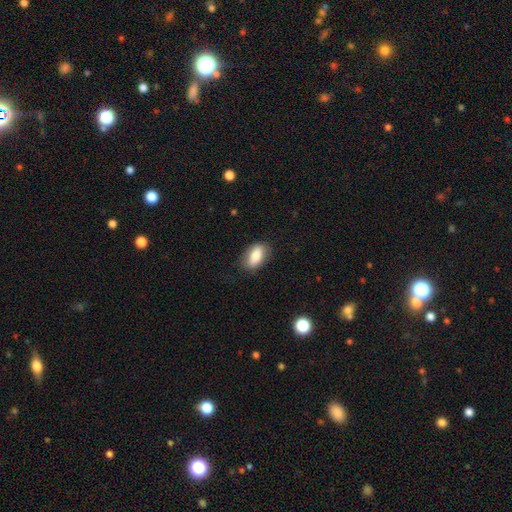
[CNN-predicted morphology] This appears to be a smooth galaxy with no disk features (77%) that is in between round and cigar-shaped (87%). Merging: none (81%).